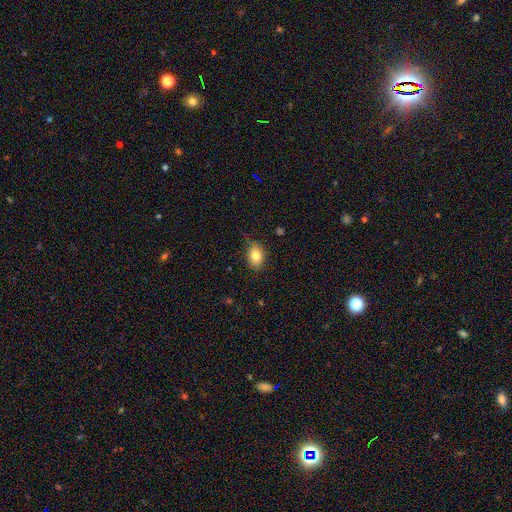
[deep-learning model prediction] A smooth galaxy with no disk features (82%) that is in between round and cigar-shaped (78%). Merging: none (73%).